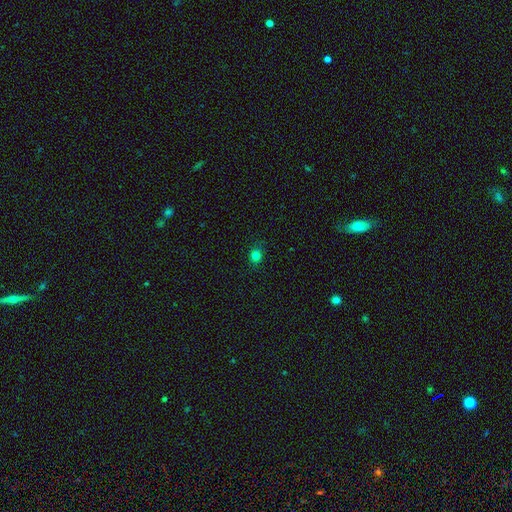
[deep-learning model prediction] This is likely a smooth galaxy (78%). How rounded: likely round (73%). Merging: clearly none (87%).